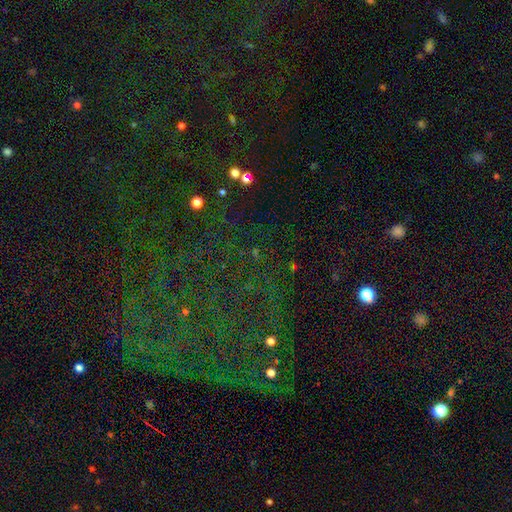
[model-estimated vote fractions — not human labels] smooth_or_featured: star or artifact (p=0.79) [alt: smooth p=0.12]